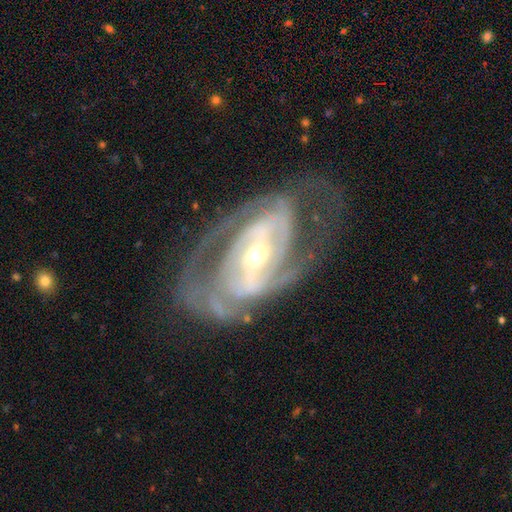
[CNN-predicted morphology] Smooth or featured? Predicted: featured or disk (p=0.90). Edge-on disk? Predicted: no (p=0.96). Bar? Predicted: strong (p=0.49). Spiral arms? Predicted: yes (p=0.95). Spiral winding? Predicted: tight (p=0.46). Spiral arm count? Predicted: 2 (p=0.55). Bulge size? Predicted: small (p=0.49). Merging? Predicted: none (p=0.61).